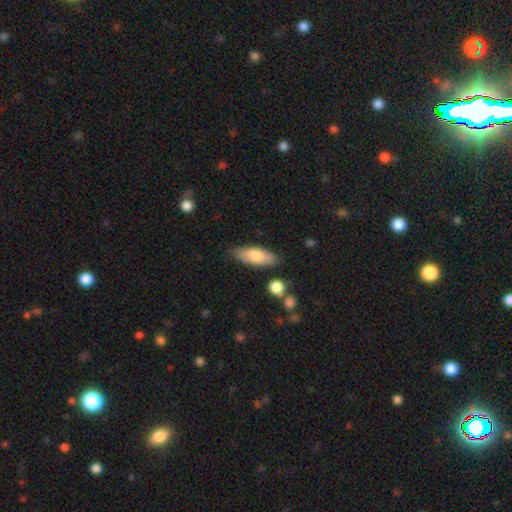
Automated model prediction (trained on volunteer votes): Smooth or featured? Predicted: smooth (p=0.75). How rounded? Predicted: in between (p=0.71). Merging? Predicted: none (p=0.81).